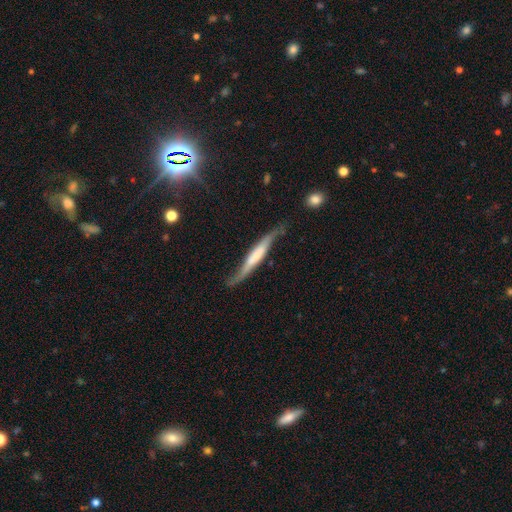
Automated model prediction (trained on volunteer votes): This appears to be a featured or disk galaxy (62%) viewed edge-on (73%). Merging: none (58%).